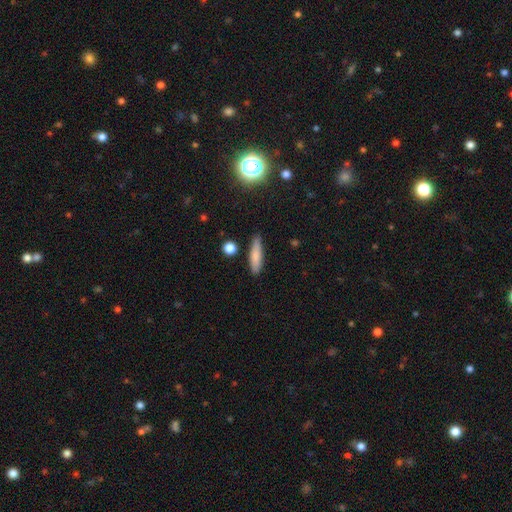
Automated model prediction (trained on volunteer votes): Overall: smooth (79%). How rounded: cigar-shaped (73%). Merging: none (83%).